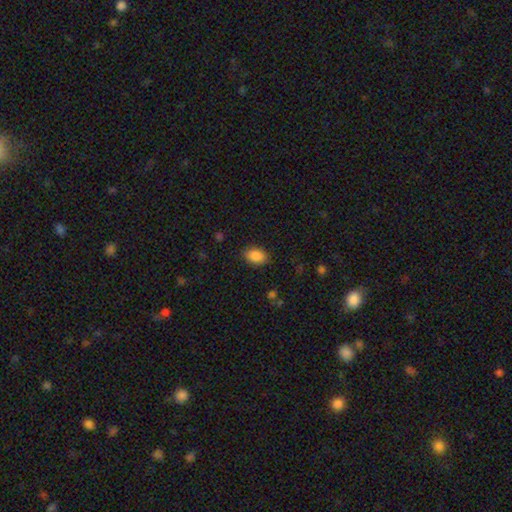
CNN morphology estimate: Smooth or featured? Predicted: smooth (p=0.88). How rounded? Predicted: in between (p=0.86). Merging? Predicted: none (p=0.85).